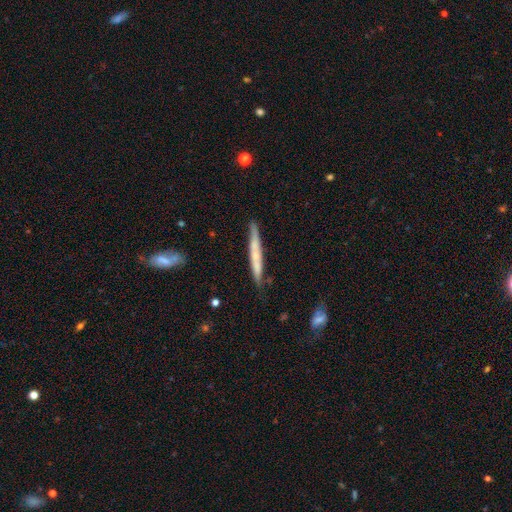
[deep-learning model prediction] Morphology: type=featured or disk (49%); merging=none (78%).